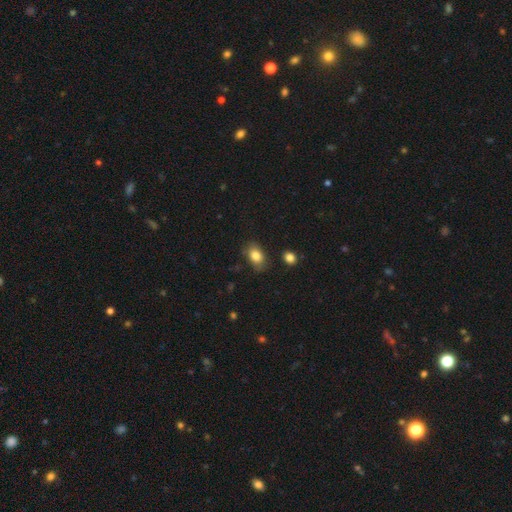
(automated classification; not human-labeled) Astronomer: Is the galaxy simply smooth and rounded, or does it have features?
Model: smooth — 83%.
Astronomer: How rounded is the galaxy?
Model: in between — 81%.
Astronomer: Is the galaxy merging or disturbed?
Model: none — 78%.